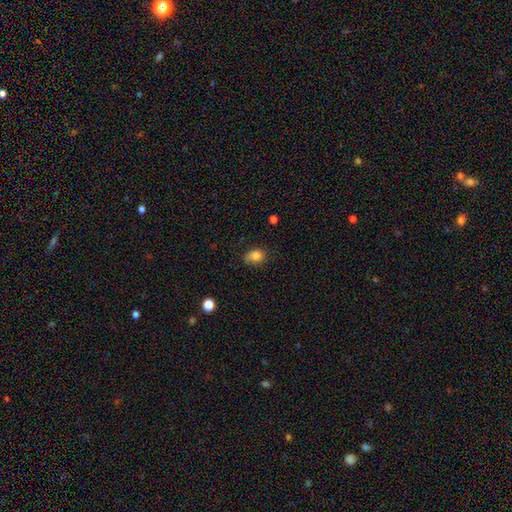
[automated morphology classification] Smooth or featured: smooth — 83% (star or artifact — 11%)
How rounded: in between — 58% (round — 41%)
Merging: none — 68% (minor disturbance — 26%)